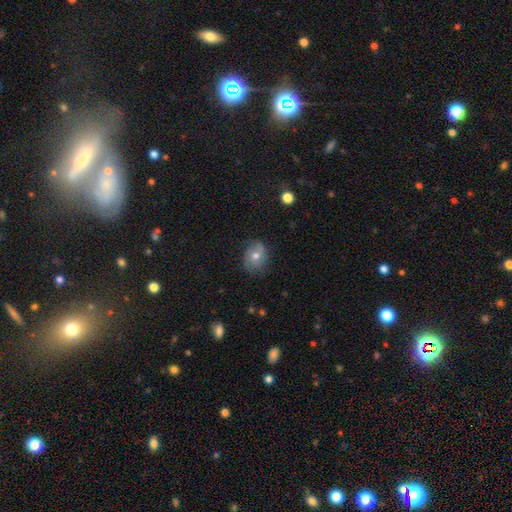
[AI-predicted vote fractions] Smooth or featured?
  - smooth: 47% *
  - featured or disk: 44%
  - star or artifact: 9%
Merging?
  - none: 71% *
  - minor disturbance: 21%
  - major disturbance: 6%
  - merger: 1%